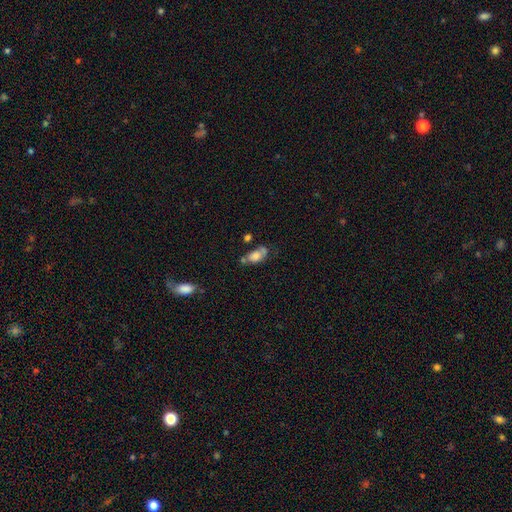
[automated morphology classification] smooth-or-featured: smooth: 65% | featured or disk: 25% | star or artifact: 10%
  how-rounded: in between: 85% | round: 9% | cigar-shaped: 6%
  merging: none: 37% | minor disturbance: 25% | merger: 24% | major disturbance: 15%